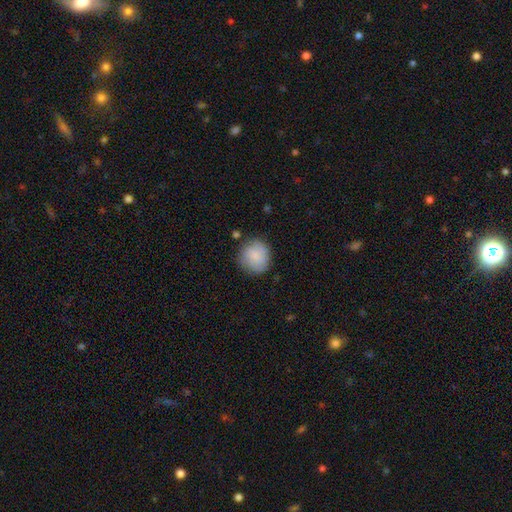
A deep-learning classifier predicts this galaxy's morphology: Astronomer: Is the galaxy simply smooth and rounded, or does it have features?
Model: smooth — 81%.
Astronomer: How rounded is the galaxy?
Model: round — 90%.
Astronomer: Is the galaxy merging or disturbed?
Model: none — 81%.